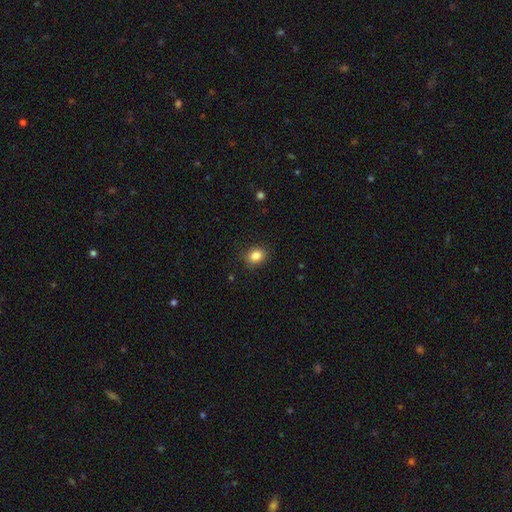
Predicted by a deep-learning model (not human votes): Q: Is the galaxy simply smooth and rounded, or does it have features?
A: smooth — 85%.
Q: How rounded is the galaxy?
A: in between — 51%.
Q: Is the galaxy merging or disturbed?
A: none — 88%.